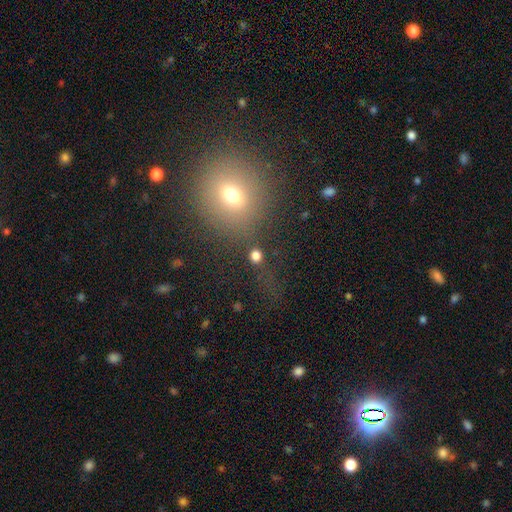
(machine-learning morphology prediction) This is likely a smooth galaxy (77%). How rounded: clearly round (82%). Merging: likely none (79%).